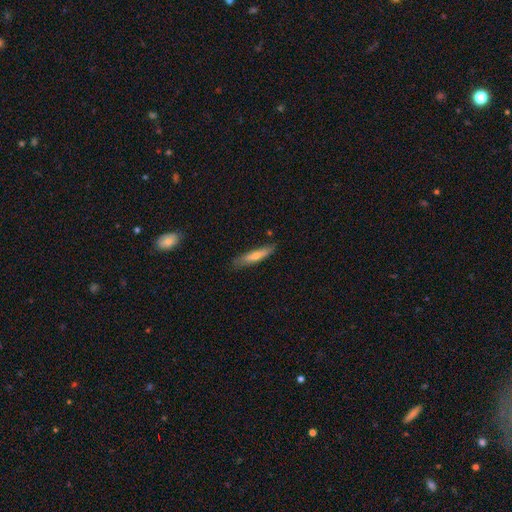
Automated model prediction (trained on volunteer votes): Smooth or featured? Predicted: smooth (p=0.52). How rounded? Predicted: cigar-shaped (p=0.87). Merging? Predicted: none (p=0.82).